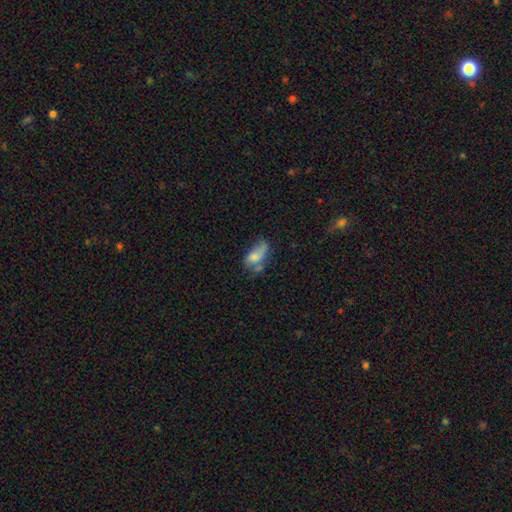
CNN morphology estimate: This appears to be a smooth galaxy with no disk features (63%) that is in between round and cigar-shaped (86%). Merging: none (28%).